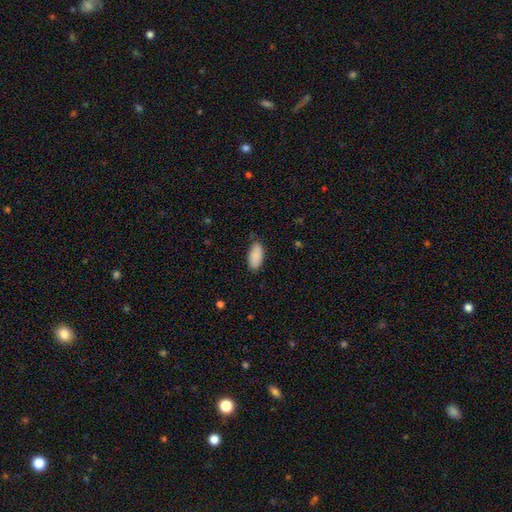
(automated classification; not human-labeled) This appears to be a smooth galaxy with no disk features (89%) that is in between round and cigar-shaped (91%). Merging: none (77%).